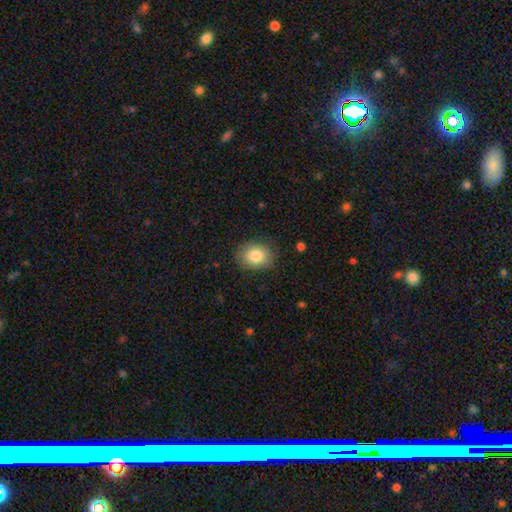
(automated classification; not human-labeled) Q: Smooth or featured?
A: smooth (83%); runner-up: featured or disk (9%)
Q: How rounded?
A: round (50%); runner-up: in between (49%)
Q: Merging?
A: none (85%); runner-up: minor disturbance (12%)